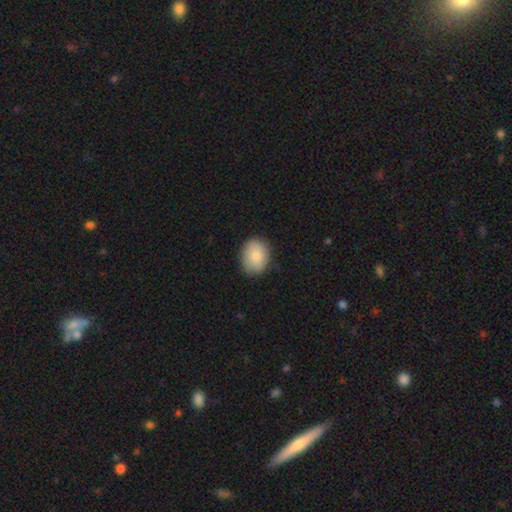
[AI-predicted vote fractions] Smooth or featured? smooth (84%)
How rounded? in between (60%)
Merging? none (83%)